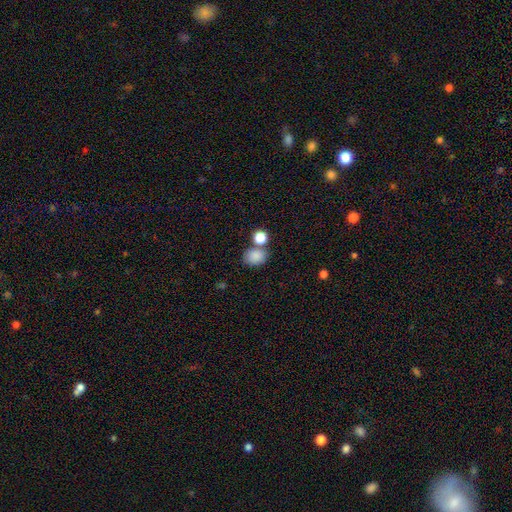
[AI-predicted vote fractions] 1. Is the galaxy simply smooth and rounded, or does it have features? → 85% smooth, 10% star or artifact, 5% featured or disk.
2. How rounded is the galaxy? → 58% in between, 41% round, 1% cigar-shaped.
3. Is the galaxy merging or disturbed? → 63% none, 21% merger, 12% minor disturbance, 4% major disturbance.